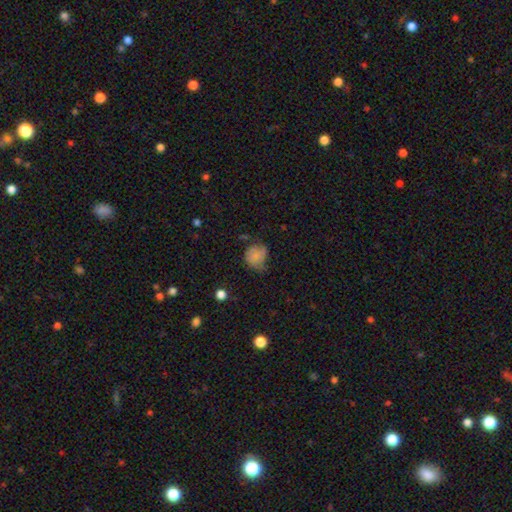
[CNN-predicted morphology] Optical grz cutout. It shows a smooth galaxy with no disk features (69%) that is round (71%). Merging: none (41%).